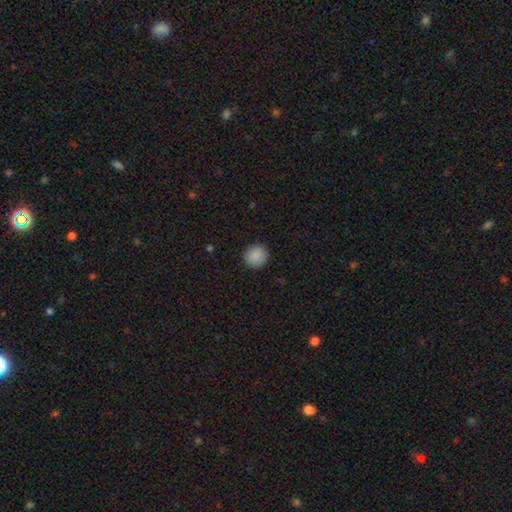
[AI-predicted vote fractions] This appears to be a smooth galaxy with no disk features (89%) that is round (94%). Merging: none (92%).